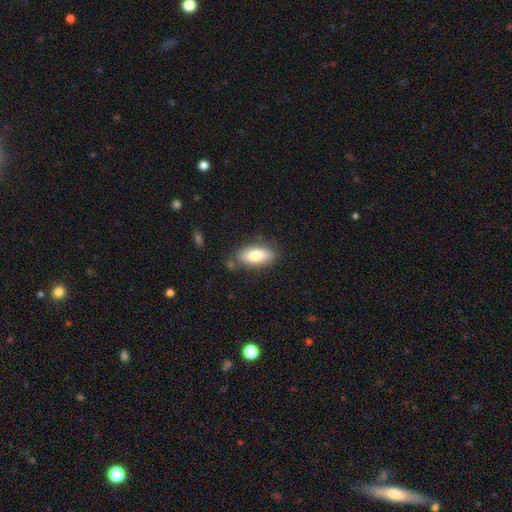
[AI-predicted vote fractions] The model was most divided on "merging": none: 78%, minor disturbance: 14%, merger: 4%, major disturbance: 4%. More confident: how rounded — in between (85%); smooth or featured — smooth (79%).